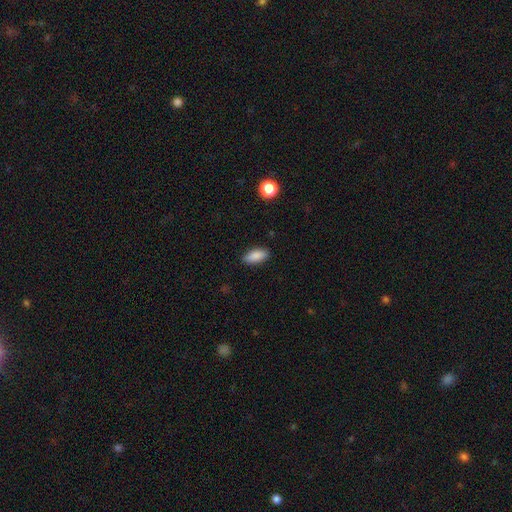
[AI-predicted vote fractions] Smooth or featured? smooth (87%)
How rounded? in between (85%)
Merging? none (87%)